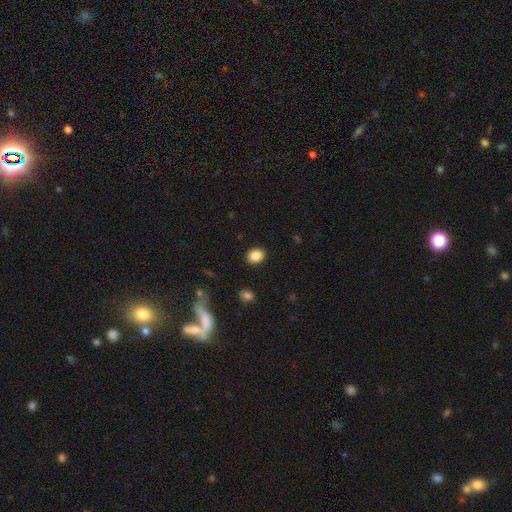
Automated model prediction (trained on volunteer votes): A smooth galaxy with no disk features (87%) that is in between round and cigar-shaped (51%).

Vote fractions:
- Smooth or featured? smooth: 87% / star or artifact: 9% / featured or disk: 4%
- How rounded? in between: 51% / round: 48% / cigar-shaped: 1%
- Merging? none: 89% / minor disturbance: 7% / major disturbance: 2% / merger: 1%